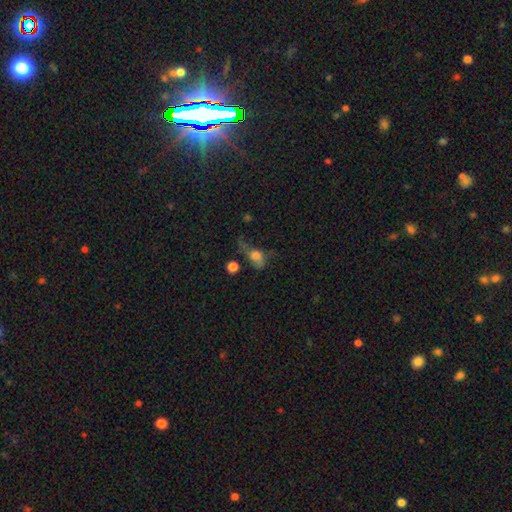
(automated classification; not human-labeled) Smooth or featured? Predicted: smooth (p=0.62). How rounded? Predicted: in between (p=0.65). Merging? Predicted: major disturbance (p=0.46).